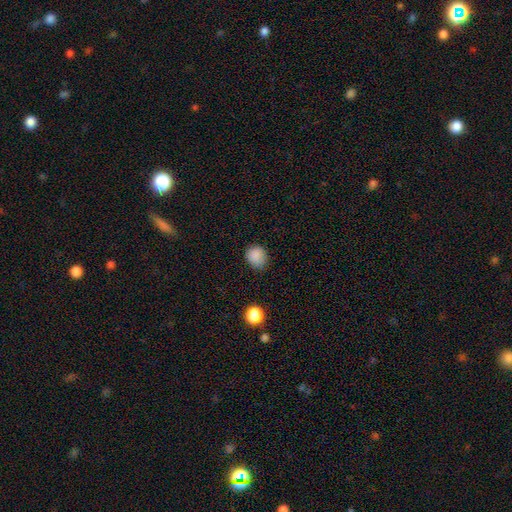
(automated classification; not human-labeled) Overall: smooth (86%). How rounded: round (77%). Merging: none (75%).